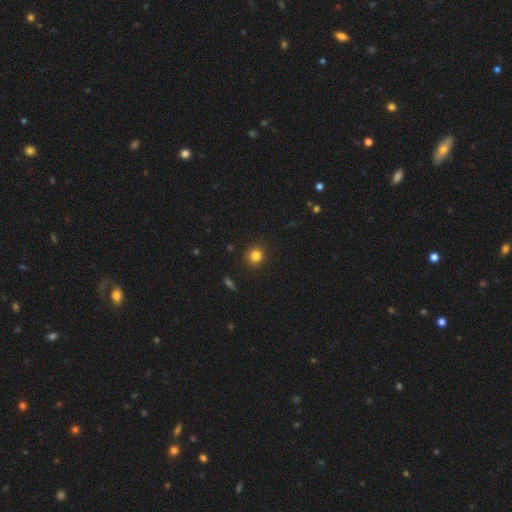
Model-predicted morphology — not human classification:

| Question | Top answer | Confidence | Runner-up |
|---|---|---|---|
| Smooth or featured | smooth | 83% | star or artifact (12%) |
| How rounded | round | 90% | in between (9%) |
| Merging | none | 91% | minor disturbance (6%) |